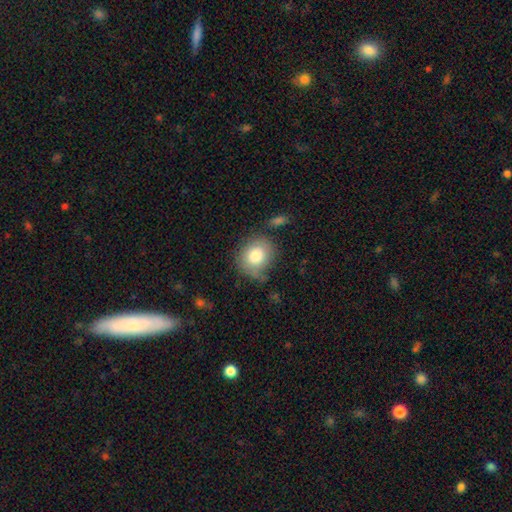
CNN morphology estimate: Q: Smooth or featured?
A: smooth (82%); runner-up: featured or disk (11%)
Q: How rounded?
A: round (78%); runner-up: in between (21%)
Q: Merging?
A: none (64%); runner-up: minor disturbance (23%)